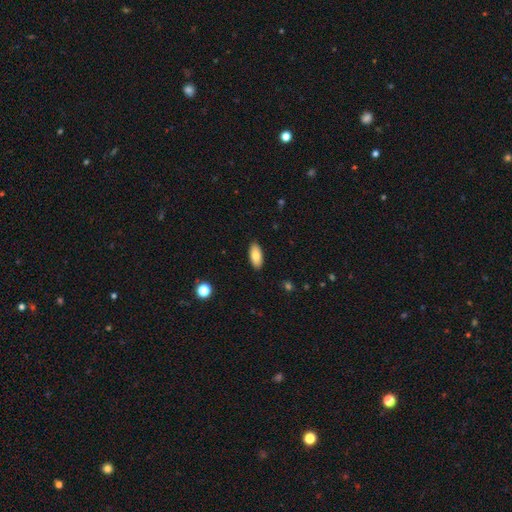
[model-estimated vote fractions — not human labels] A smooth galaxy with no disk features (80%) that is in between round and cigar-shaped (88%).

Vote fractions:
- Smooth or featured? smooth: 80% / featured or disk: 14% / star or artifact: 7%
- How rounded? in between: 88% / cigar-shaped: 10% / round: 2%
- Merging? none: 90% / minor disturbance: 8% / major disturbance: 2% / merger: 1%